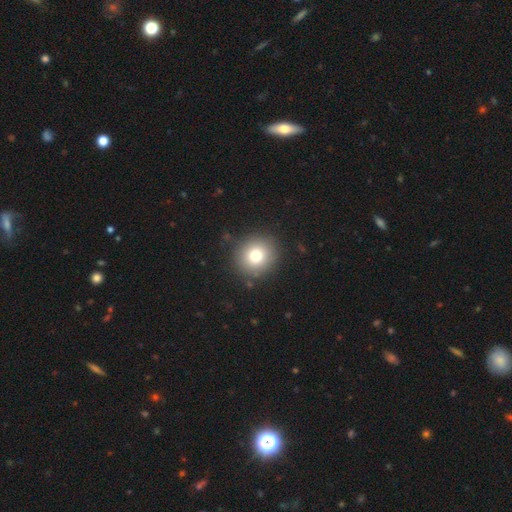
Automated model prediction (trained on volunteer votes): This is likely a smooth galaxy (77%). How rounded: clearly round (90%). Merging: clearly none (88%).